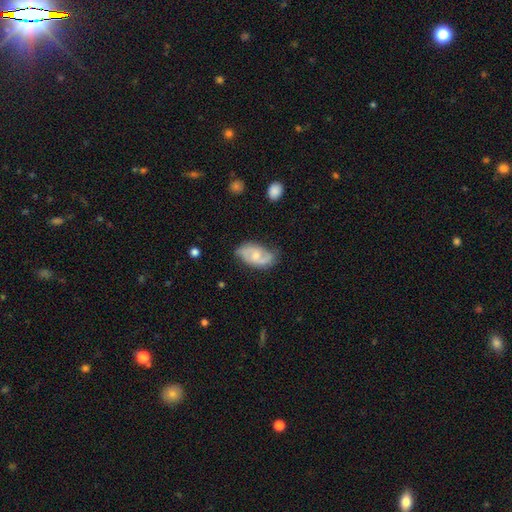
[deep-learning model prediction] Morphology: type=featured or disk (66%); edge-on=no (96%); bar=no (56%); spiral arms=yes (87%); winding=medium (46%); arm count=2 (80%); bulge=moderate (48%); merging=none (64%).